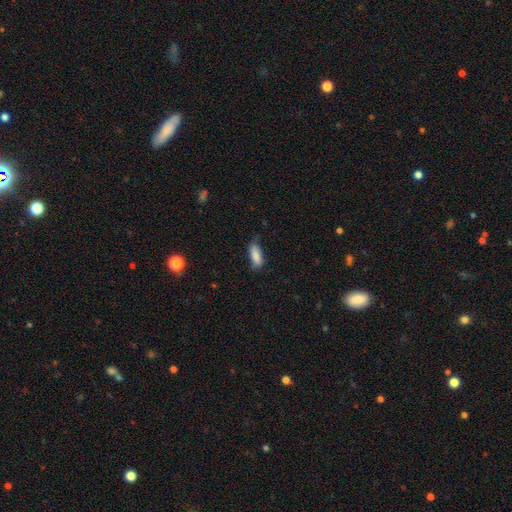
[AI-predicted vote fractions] Q: Smooth or featured?
A: smooth (85%); runner-up: featured or disk (8%)
Q: How rounded?
A: in between (71%); runner-up: cigar-shaped (26%)
Q: Merging?
A: none (64%); runner-up: minor disturbance (28%)